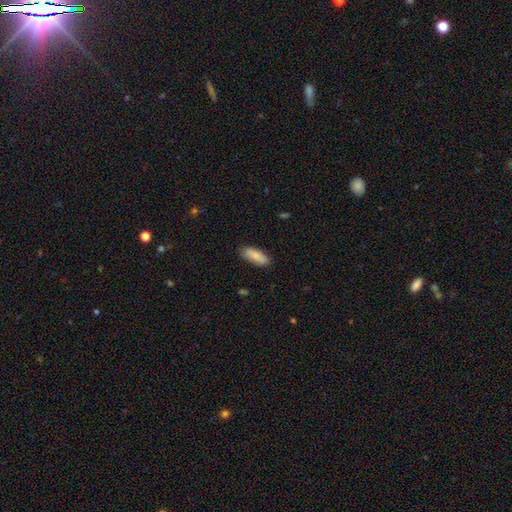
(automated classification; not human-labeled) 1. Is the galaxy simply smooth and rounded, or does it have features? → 86% smooth, 9% featured or disk, 6% star or artifact.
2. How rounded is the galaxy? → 72% in between, 26% cigar-shaped, 2% round.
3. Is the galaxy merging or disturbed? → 86% none, 11% minor disturbance, 2% major disturbance, 1% merger.